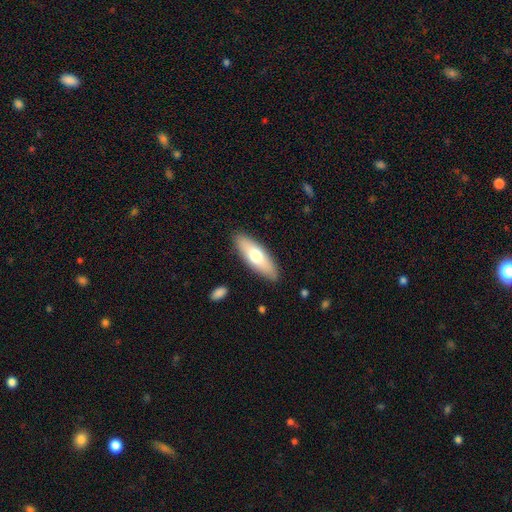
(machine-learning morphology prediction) This is likely a smooth galaxy (66%). How rounded: possibly in between (58%). Merging: clearly none (87%).